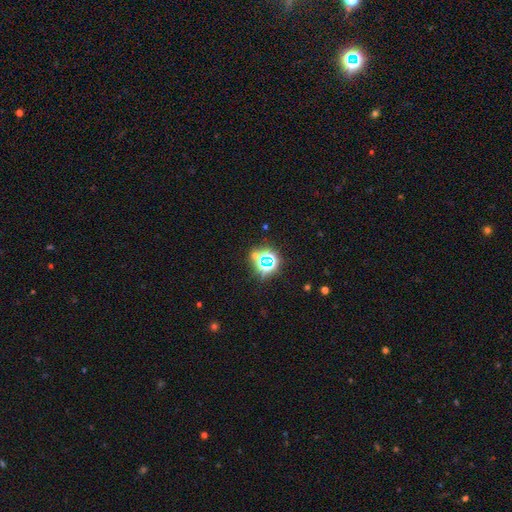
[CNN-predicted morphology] Overall: star or artifact (68%).